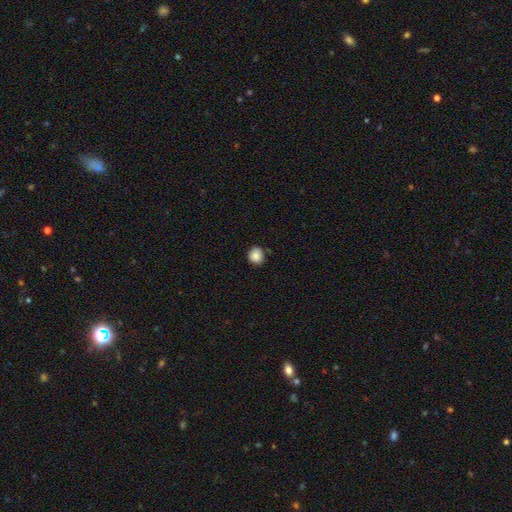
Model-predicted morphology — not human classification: Smooth or featured: smooth — 86% (star or artifact — 9%)
How rounded: round — 85% (in between — 14%)
Merging: none — 81% (minor disturbance — 14%)